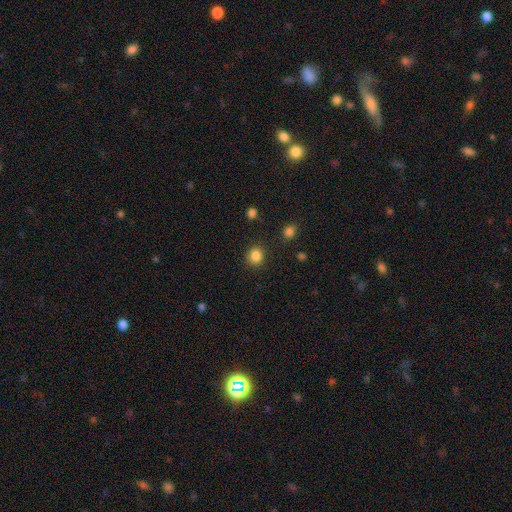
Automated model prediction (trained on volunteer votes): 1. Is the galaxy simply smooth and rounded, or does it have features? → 85% smooth, 11% star or artifact, 4% featured or disk.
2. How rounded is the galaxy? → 85% round, 15% in between, 1% cigar-shaped.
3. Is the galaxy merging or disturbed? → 88% none, 7% minor disturbance, 3% major disturbance, 2% merger.